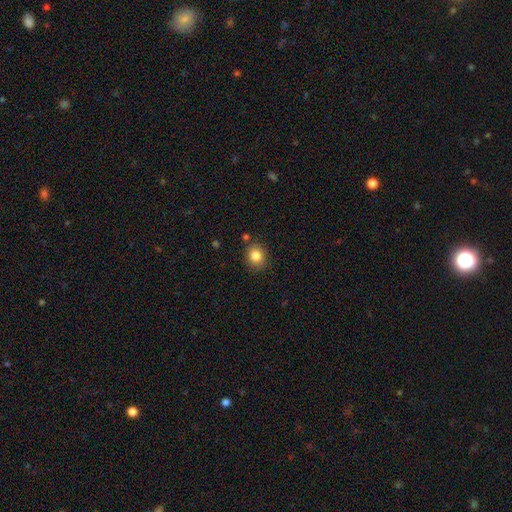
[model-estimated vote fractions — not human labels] Smooth or featured: smooth — 84% (star or artifact — 10%)
How rounded: round — 75% (in between — 24%)
Merging: none — 81% (minor disturbance — 12%)